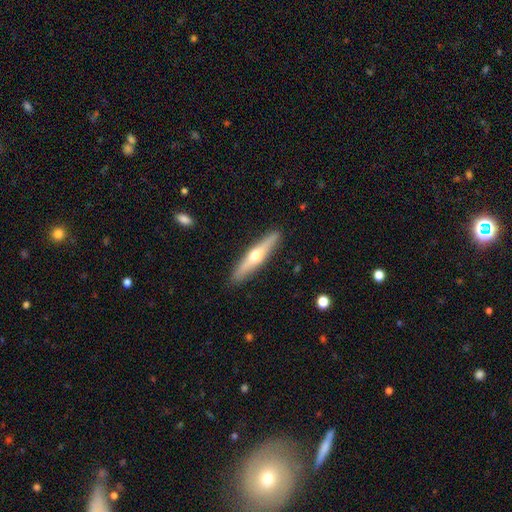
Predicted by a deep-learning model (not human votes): A featured or disk galaxy (60%) viewed edge-on (95%) with a rounded central bulge (93%).

Vote fractions:
- Smooth or featured? featured or disk: 60% / smooth: 35% / star or artifact: 5%
- Edge-on disk? yes: 95% / no: 5%
- Edge-on bulge? rounded: 93% / none: 5% / boxy: 2%
- Merging? none: 90% / minor disturbance: 7% / major disturbance: 2% / merger: 1%